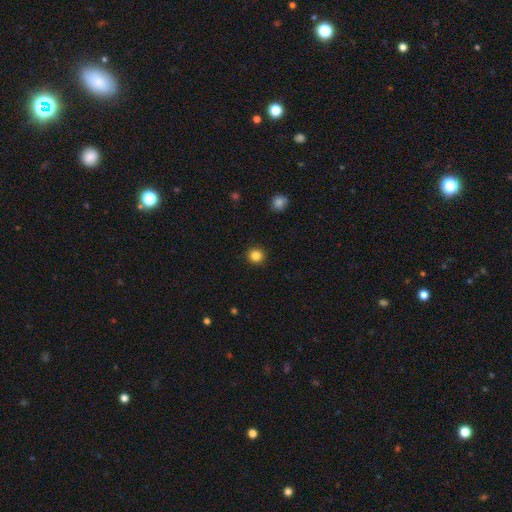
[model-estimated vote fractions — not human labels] A smooth galaxy with no disk features (84%) that is round (93%). Merging: none (92%).